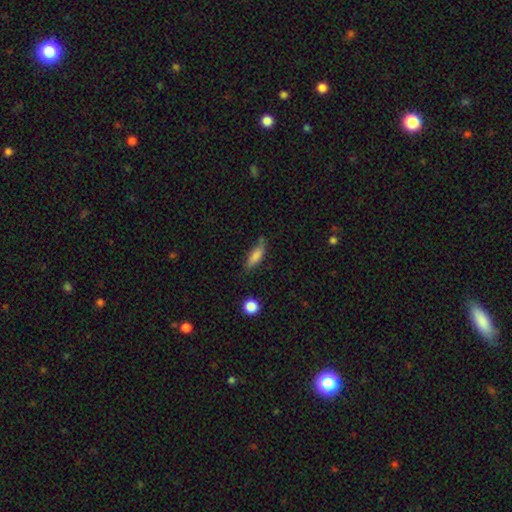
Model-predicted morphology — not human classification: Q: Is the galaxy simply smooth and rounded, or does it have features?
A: smooth — 75%.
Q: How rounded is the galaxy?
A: in between — 50%.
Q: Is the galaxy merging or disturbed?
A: none — 62%.